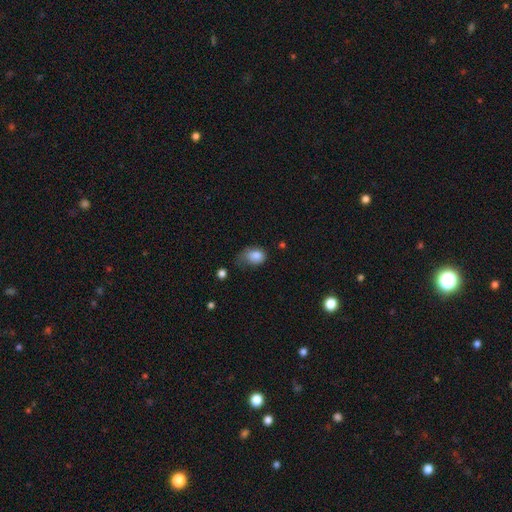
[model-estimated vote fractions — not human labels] smooth-or-featured: smooth: 83% | featured or disk: 9% | star or artifact: 9%
  how-rounded: in between: 66% | round: 33% | cigar-shaped: 1%
  merging: minor disturbance: 38% | major disturbance: 33% | none: 26% | merger: 3%